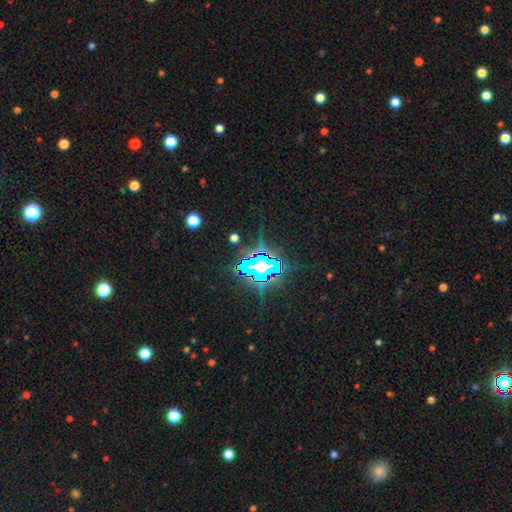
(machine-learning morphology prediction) This is likely a star or artifact rather than a galaxy (71%).